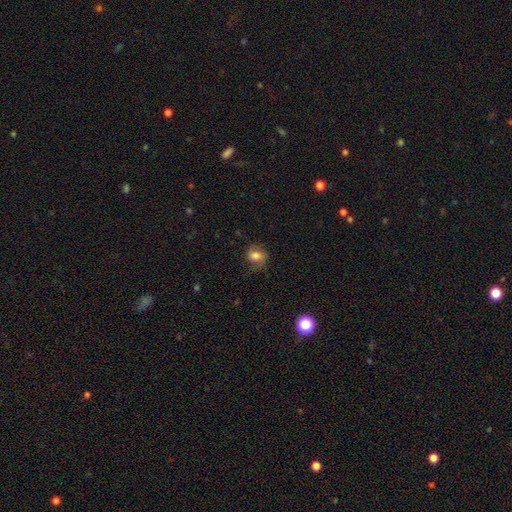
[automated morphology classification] type=smooth (77%); roundness=round (60%); merging=none (65%).